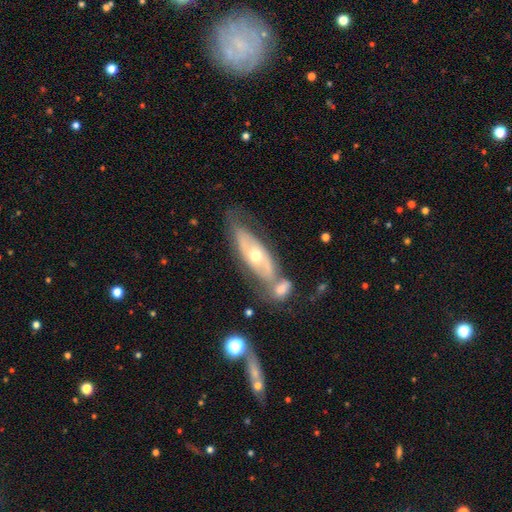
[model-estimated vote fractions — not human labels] Smooth or featured: featured or disk — 65% (smooth — 29%)
Edge-on disk: no — 78% (yes — 22%)
Bar: no — 82% (weak — 13%)
Spiral arms: no — 54% (yes — 46%)
Bulge size: moderate — 66% (small — 28%)
Merging: none — 45% (merger — 26%)